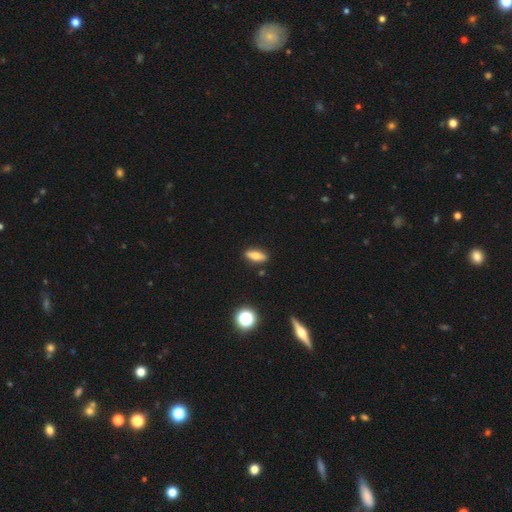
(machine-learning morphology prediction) smooth_or_featured: smooth (p=0.69) [alt: featured or disk p=0.22]
how_rounded: in between (p=0.61) [alt: cigar-shaped p=0.35]
merging: none (p=0.89) [alt: minor disturbance p=0.08]